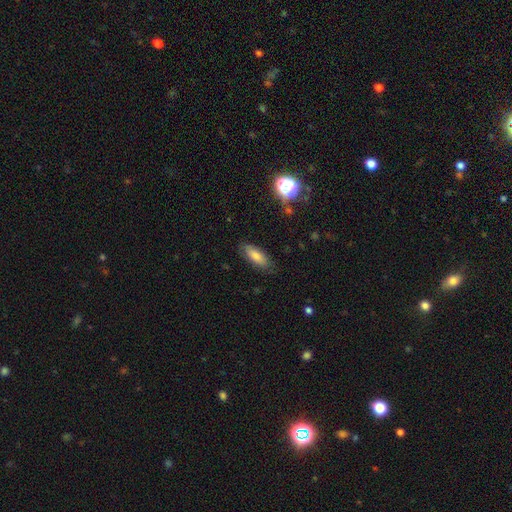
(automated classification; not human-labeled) smooth_or_featured: smooth (p=0.75) [alt: featured or disk p=0.16]
how_rounded: in between (p=0.71) [alt: cigar-shaped p=0.27]
merging: none (p=0.82) [alt: minor disturbance p=0.13]